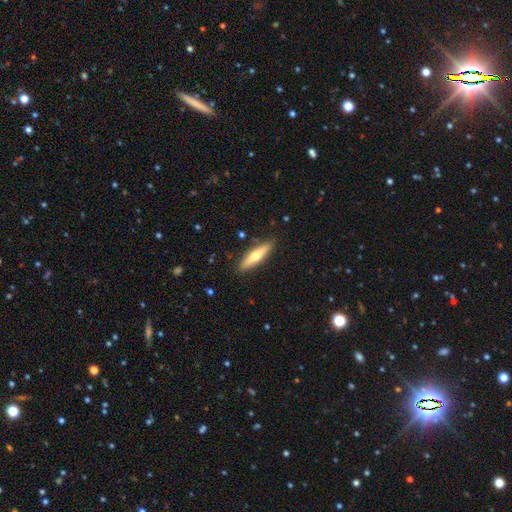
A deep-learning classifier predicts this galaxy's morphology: Overall: featured or disk (48%; smooth 47%). Merging: none (88%).